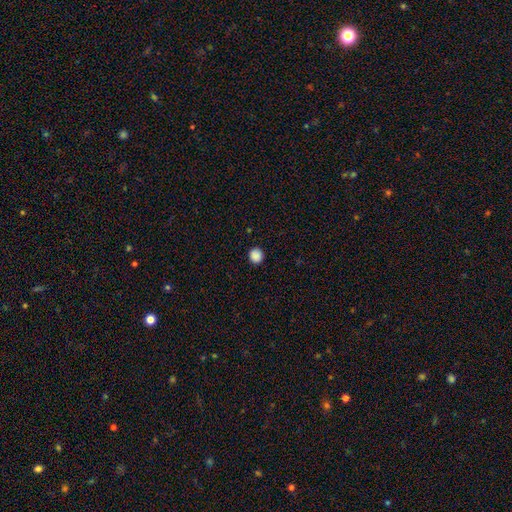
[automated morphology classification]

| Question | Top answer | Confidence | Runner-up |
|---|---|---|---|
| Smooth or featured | smooth | 88% | star or artifact (10%) |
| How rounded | round | 91% | in between (9%) |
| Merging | none | 92% | minor disturbance (5%) |